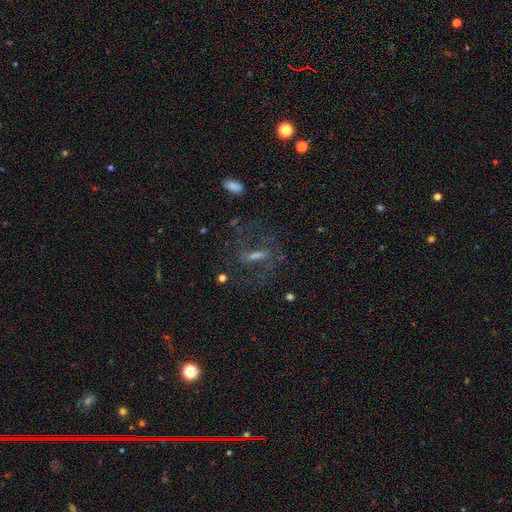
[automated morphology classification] This is possibly a featured or disk galaxy (57%). It is clearly not viewed edge-on (84%). Merging: likely none (64%).